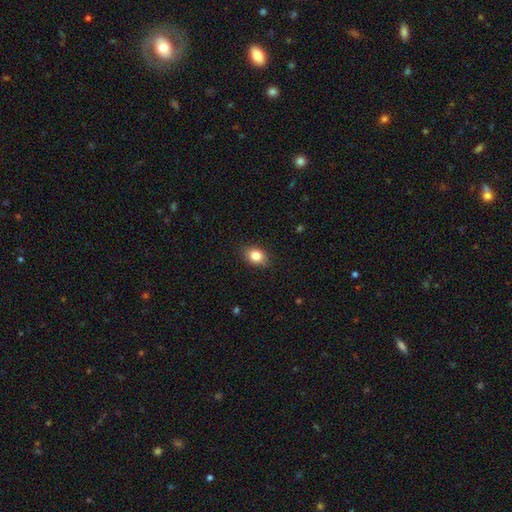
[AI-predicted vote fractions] smooth 83%, star or artifact 9%, featured or disk 8%. Down the decision tree: how rounded — in between (69%); merging — none (87%).